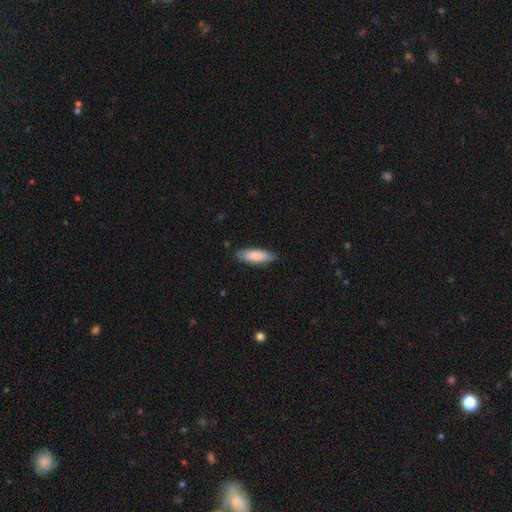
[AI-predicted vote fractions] Overall: smooth (85%). How rounded: cigar-shaped (50%; in between 49%). Merging: none (87%).